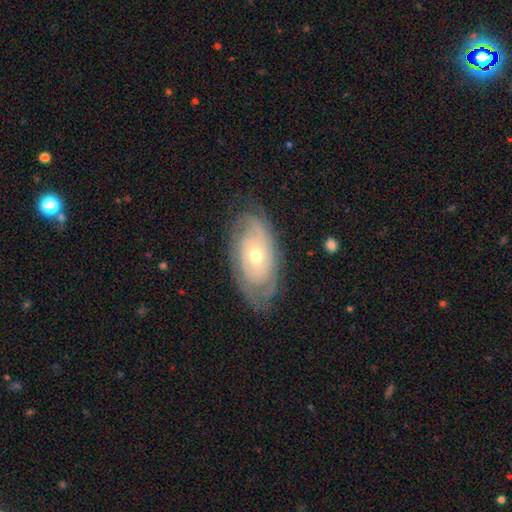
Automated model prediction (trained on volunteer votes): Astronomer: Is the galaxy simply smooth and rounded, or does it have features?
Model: featured or disk — 77%.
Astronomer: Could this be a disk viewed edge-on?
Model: no — 92%.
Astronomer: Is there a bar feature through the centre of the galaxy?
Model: no — 83%.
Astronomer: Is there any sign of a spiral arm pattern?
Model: yes — 84%.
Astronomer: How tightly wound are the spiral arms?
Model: tight — 73%.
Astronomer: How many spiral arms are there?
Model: can't tell — 47% (runner-up: 2, 28%).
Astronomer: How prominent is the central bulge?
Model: moderate — 50% (runner-up: small, 47%).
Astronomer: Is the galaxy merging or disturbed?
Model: none — 76%.